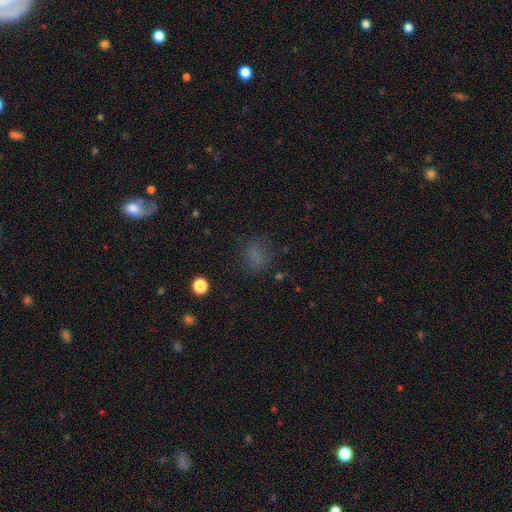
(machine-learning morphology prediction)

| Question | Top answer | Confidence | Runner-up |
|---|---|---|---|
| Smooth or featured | smooth | 71% | star or artifact (21%) |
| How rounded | round | 65% | in between (34%) |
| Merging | none | 74% | minor disturbance (16%) |